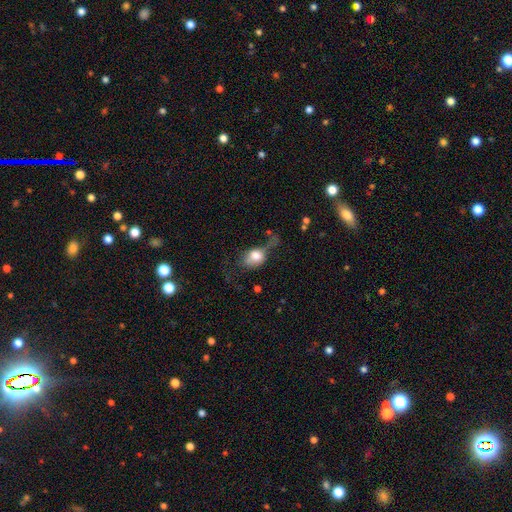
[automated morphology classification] A smooth galaxy with no disk features (67%) that is in between round and cigar-shaped (54%).

Vote fractions:
- Smooth or featured? smooth: 67% / featured or disk: 23% / star or artifact: 10%
- How rounded? in between: 54% / round: 44% / cigar-shaped: 2%
- Merging? major disturbance: 41% / minor disturbance: 25% / none: 25% / merger: 10%